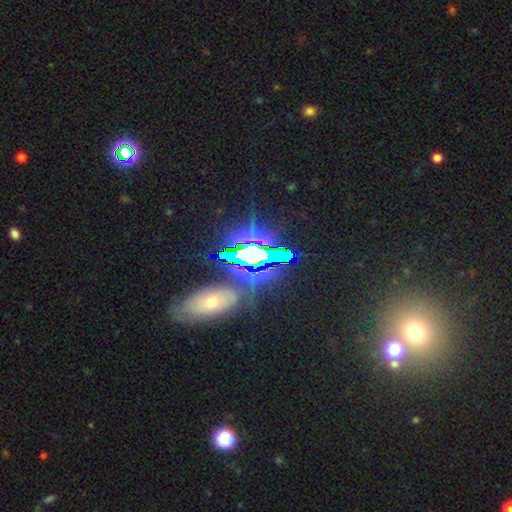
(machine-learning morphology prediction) The model was most divided on "smooth or featured": star or artifact: 74%, smooth: 14%, featured or disk: 12%.